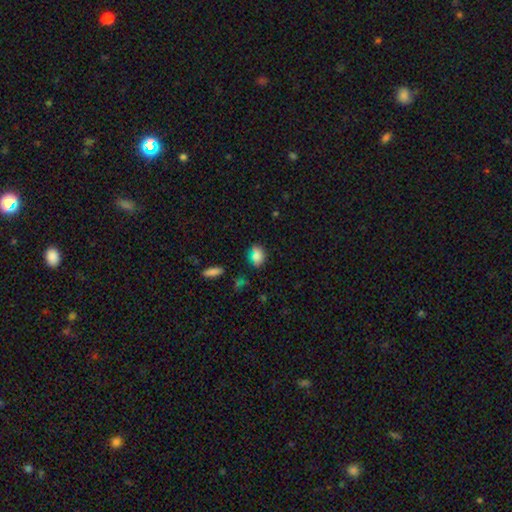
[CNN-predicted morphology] This appears to be a smooth galaxy with no disk features (77%) that is in between round and cigar-shaped (57%). Merging: none (72%).